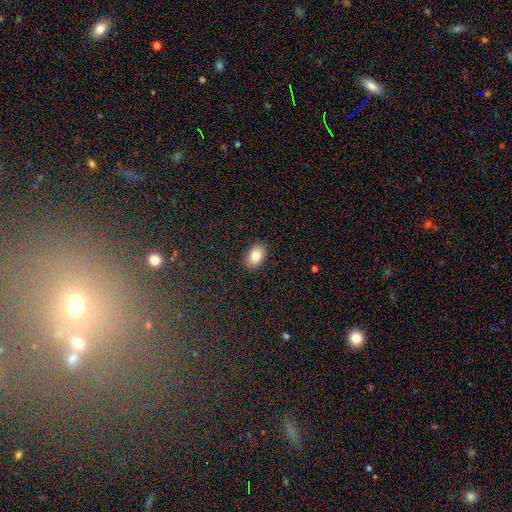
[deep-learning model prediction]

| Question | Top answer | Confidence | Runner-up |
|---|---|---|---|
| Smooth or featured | smooth | 83% | featured or disk (9%) |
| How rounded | in between | 89% | round (10%) |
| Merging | none | 89% | minor disturbance (8%) |